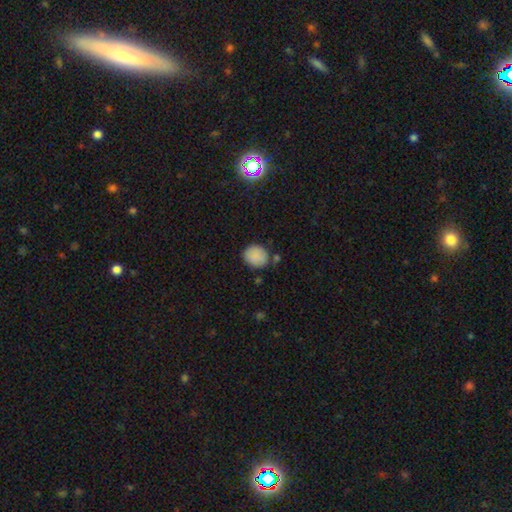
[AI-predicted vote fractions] Q: Smooth or featured?
A: smooth (86%); runner-up: star or artifact (9%)
Q: How rounded?
A: round (69%); runner-up: in between (30%)
Q: Merging?
A: none (72%); runner-up: minor disturbance (18%)